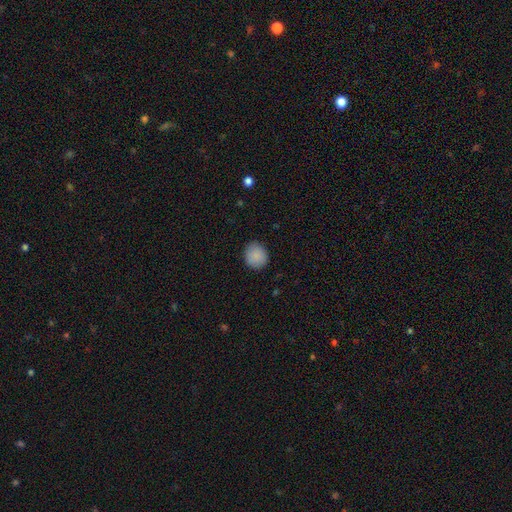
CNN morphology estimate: Smooth or featured? smooth (88%)
How rounded? round (80%)
Merging? none (87%)